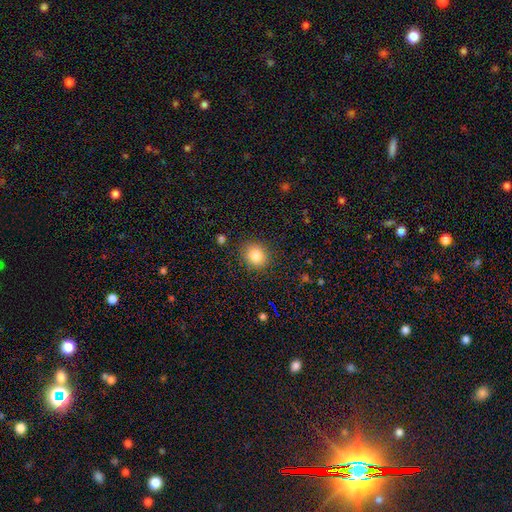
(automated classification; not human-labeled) A smooth galaxy with no disk features (83%) that is round (81%). Merging: none (87%).